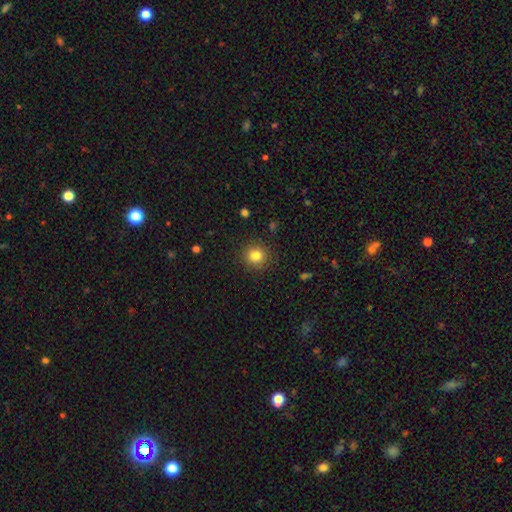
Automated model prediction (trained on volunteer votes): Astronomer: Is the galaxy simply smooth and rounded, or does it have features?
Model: smooth — 82%.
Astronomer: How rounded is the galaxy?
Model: round — 92%.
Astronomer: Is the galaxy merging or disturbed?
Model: none — 90%.